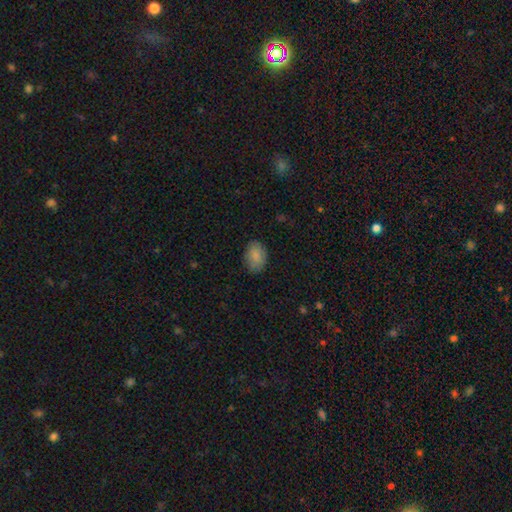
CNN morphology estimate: smooth_or_featured: smooth (p=0.86) [alt: star or artifact p=0.07]
how_rounded: in between (p=0.82) [alt: round p=0.17]
merging: none (p=0.82) [alt: minor disturbance p=0.14]